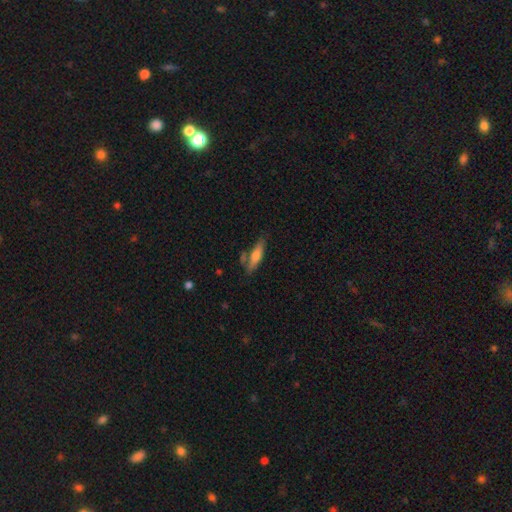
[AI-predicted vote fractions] Smooth or featured: smooth — 66% (featured or disk — 27%)
How rounded: cigar-shaped — 65% (in between — 33%)
Merging: none — 66% (minor disturbance — 17%)